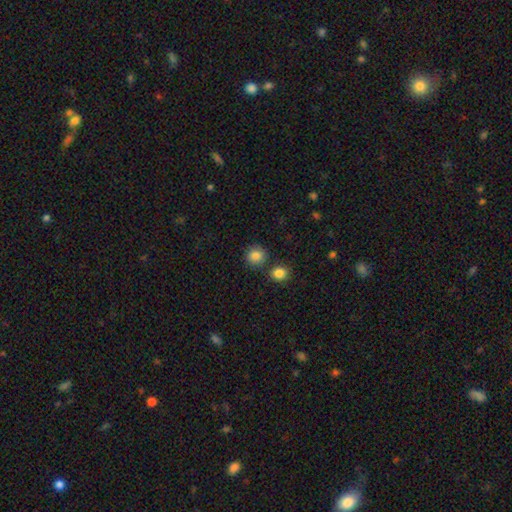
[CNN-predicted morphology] A smooth galaxy with no disk features (85%) that is round (87%). Merging: none (78%).